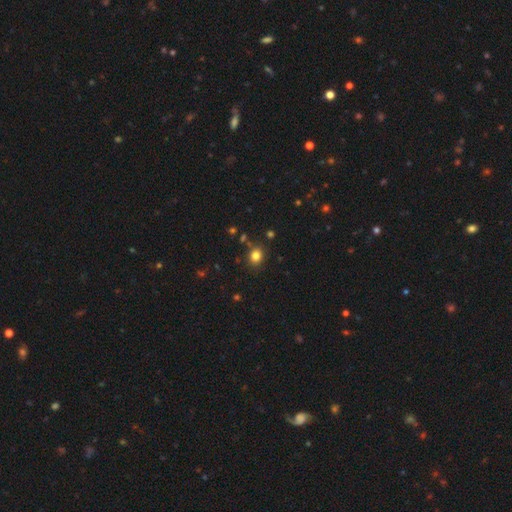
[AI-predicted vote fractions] A smooth galaxy with no disk features (81%) that is round (65%).

Vote fractions:
- Smooth or featured? smooth: 81% / star or artifact: 14% / featured or disk: 6%
- How rounded? round: 65% / in between: 35% / cigar-shaped: 1%
- Merging? none: 82% / minor disturbance: 11% / merger: 4% / major disturbance: 3%